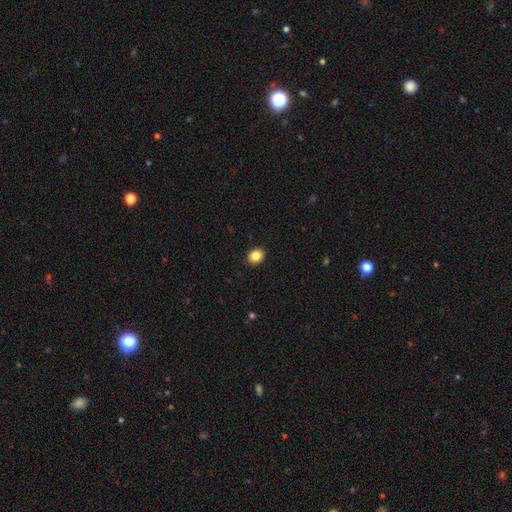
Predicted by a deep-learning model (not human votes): This appears to be a smooth galaxy with no disk features (86%) that is round (62%). Merging: none (92%).